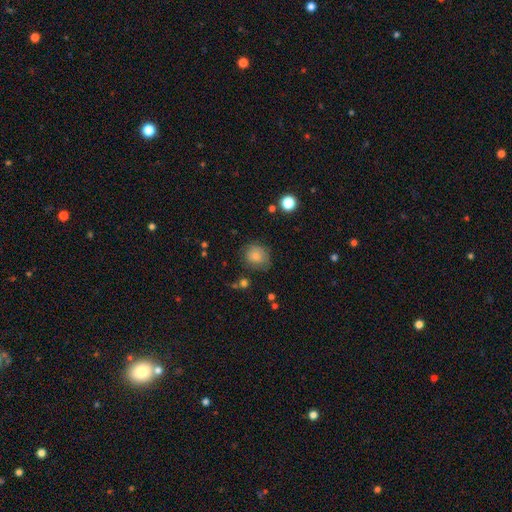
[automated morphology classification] Smooth or featured? Predicted: smooth (p=0.79). How rounded? Predicted: round (p=0.77). Merging? Predicted: none (p=0.66).